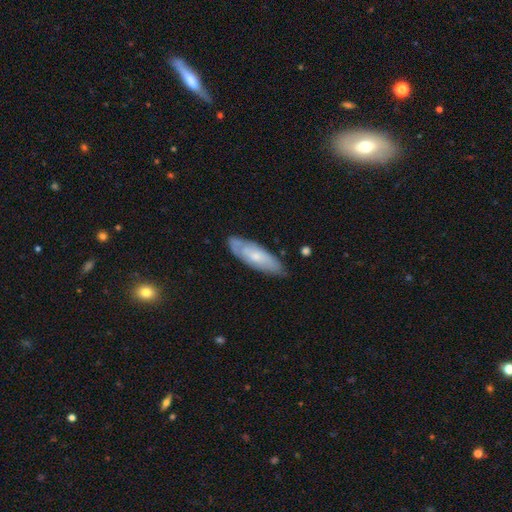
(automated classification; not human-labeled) smooth 48%, featured or disk 46%, star or artifact 6%. Down the decision tree: merging — none (74%).